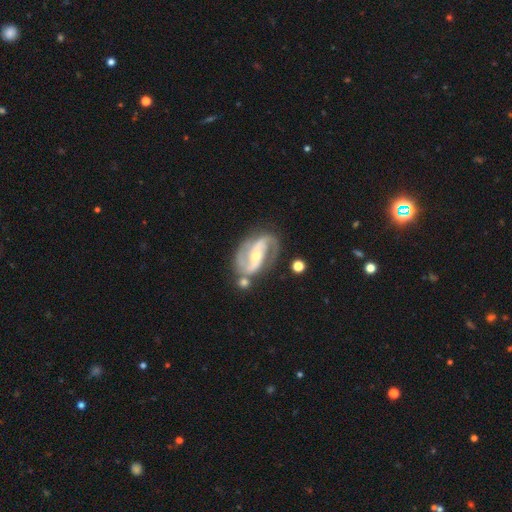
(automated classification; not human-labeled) featured or disk 90%, smooth 5%, star or artifact 5%. Down the decision tree: edge-on disk — no (97%); bar — strong (45%); spiral arms — yes (97%); spiral arm count — 2 (90%); spiral winding — medium (53%); bulge size — small (49%); merging — none (67%).